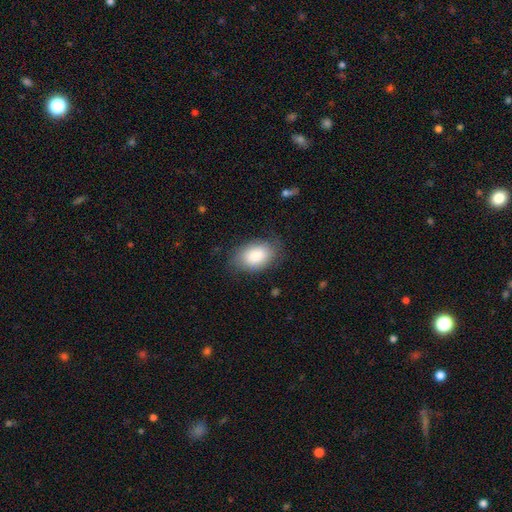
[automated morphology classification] type=smooth (83%); roundness=in between (87%); merging=none (73%).